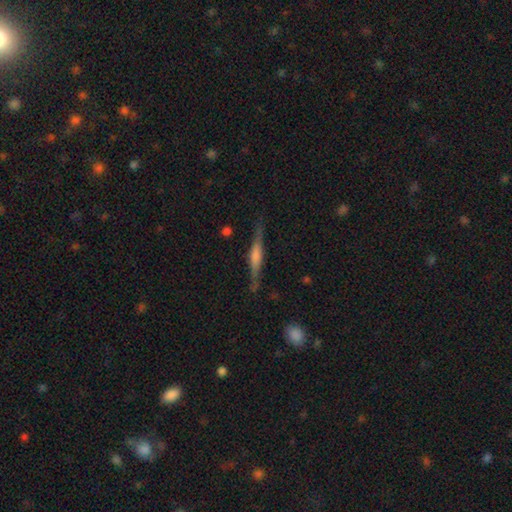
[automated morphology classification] This is likely a featured or disk galaxy (75%). It is clearly viewed edge-on (97%). Edge-on bulge: likely rounded (60%). Merging: clearly none (86%).